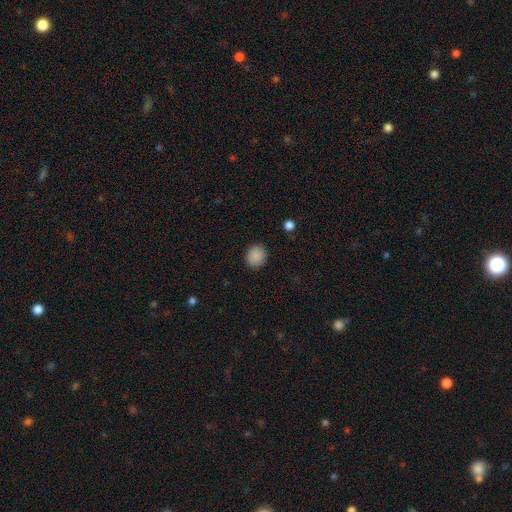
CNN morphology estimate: Q: Smooth or featured?
A: smooth (88%); runner-up: star or artifact (8%)
Q: How rounded?
A: round (78%); runner-up: in between (21%)
Q: Merging?
A: none (89%); runner-up: minor disturbance (8%)